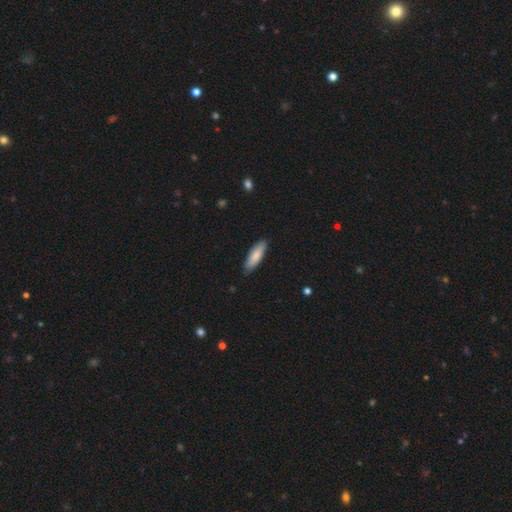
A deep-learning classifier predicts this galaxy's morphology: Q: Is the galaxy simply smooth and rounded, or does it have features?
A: smooth — 82%.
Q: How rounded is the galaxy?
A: cigar-shaped — 51%.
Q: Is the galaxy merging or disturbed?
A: none — 85%.